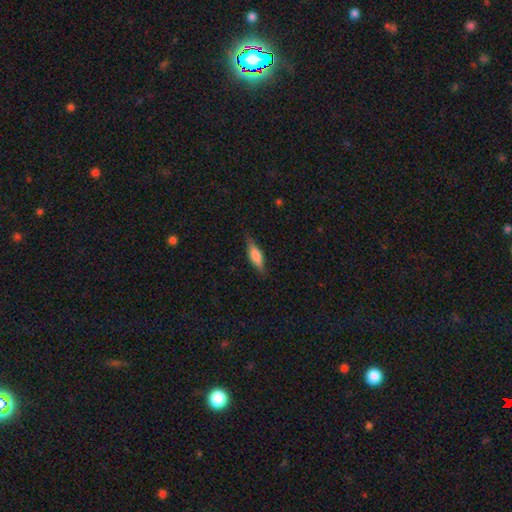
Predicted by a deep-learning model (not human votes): This is likely a smooth galaxy (66%). How rounded: possibly cigar-shaped (49%, tied with in between). Merging: clearly none (80%).